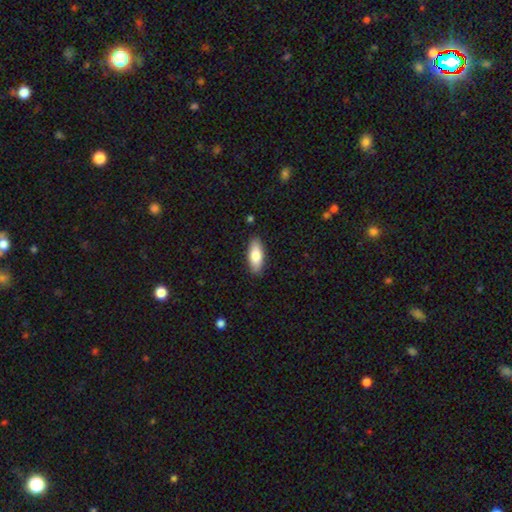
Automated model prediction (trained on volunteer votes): A smooth galaxy with no disk features (80%) that is in between round and cigar-shaped (76%).

Vote fractions:
- Smooth or featured? smooth: 80% / featured or disk: 14% / star or artifact: 6%
- How rounded? in between: 76% / cigar-shaped: 22% / round: 2%
- Merging? none: 88% / minor disturbance: 9% / major disturbance: 2% / merger: 1%